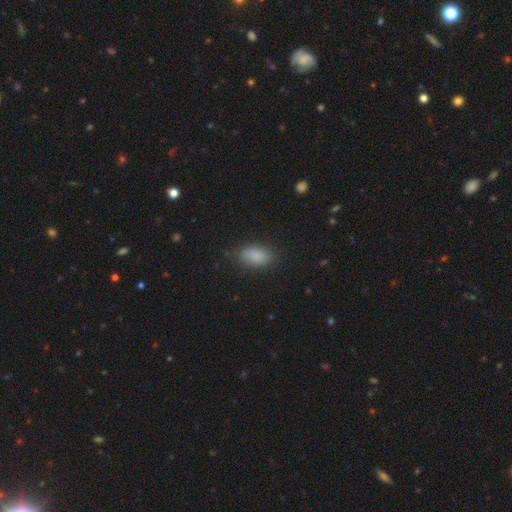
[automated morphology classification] The model was most divided on "merging": none: 80%, minor disturbance: 15%, major disturbance: 4%, merger: 1%. More confident: how rounded — in between (90%); smooth or featured — smooth (86%).